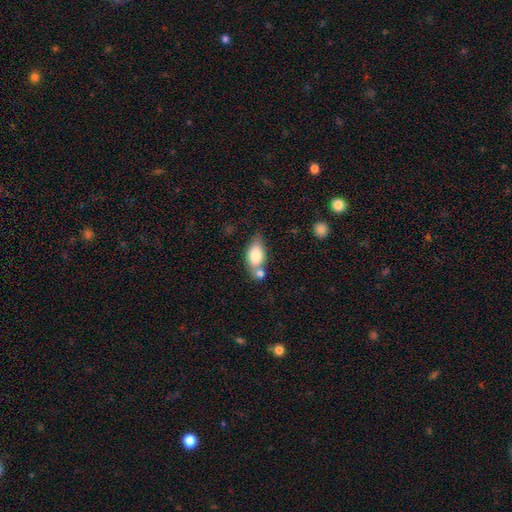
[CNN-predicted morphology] type=smooth (77%); roundness=in between (86%); merging=none (43%).